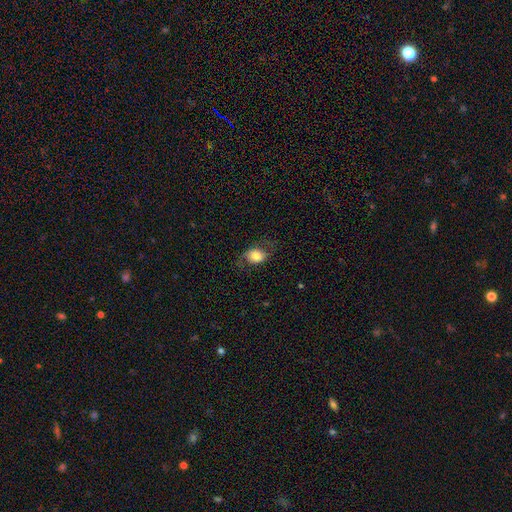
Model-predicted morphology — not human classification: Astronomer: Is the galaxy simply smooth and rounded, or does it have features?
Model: smooth — 62%.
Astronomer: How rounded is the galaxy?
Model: in between — 63%.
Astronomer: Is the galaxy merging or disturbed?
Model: none — 64%.